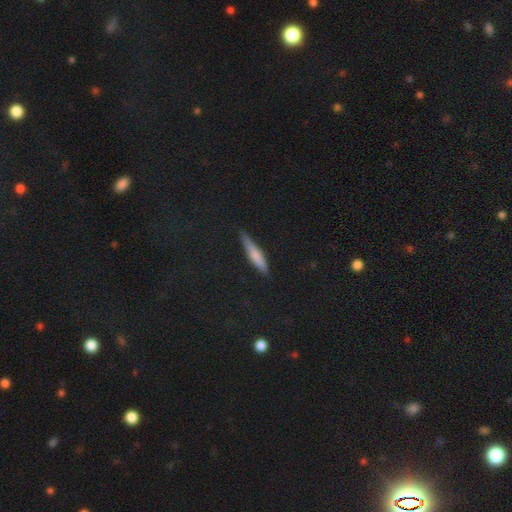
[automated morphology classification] Smooth or featured? smooth (67%)
How rounded? cigar-shaped (87%)
Merging? none (80%)